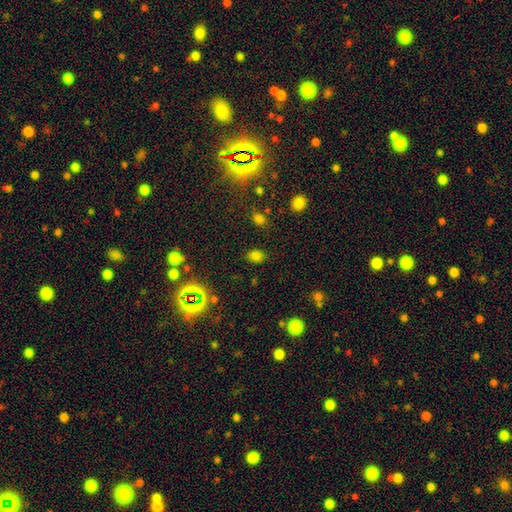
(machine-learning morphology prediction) Overall: smooth (71%). How rounded: in between (62%; round 36%). Merging: none (81%).